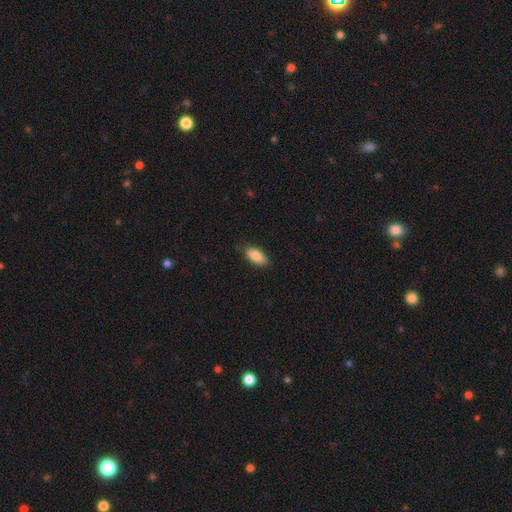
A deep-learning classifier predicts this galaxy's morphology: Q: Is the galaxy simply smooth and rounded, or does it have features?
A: smooth — 88%.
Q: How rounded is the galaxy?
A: in between — 87%.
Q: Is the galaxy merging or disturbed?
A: none — 81%.